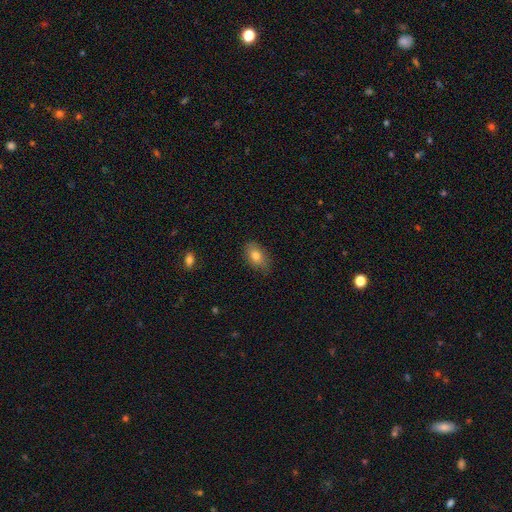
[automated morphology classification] This is likely a smooth galaxy (79%). How rounded: clearly in between (86%). Merging: clearly none (80%).